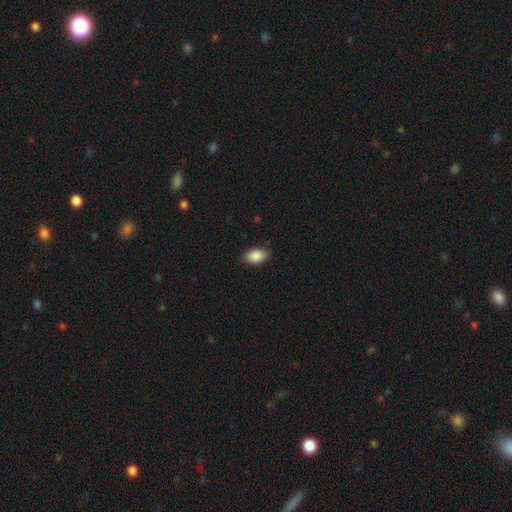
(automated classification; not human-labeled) Smooth or featured? Predicted: smooth (p=0.89). How rounded? Predicted: in between (p=0.91). Merging? Predicted: none (p=0.87).